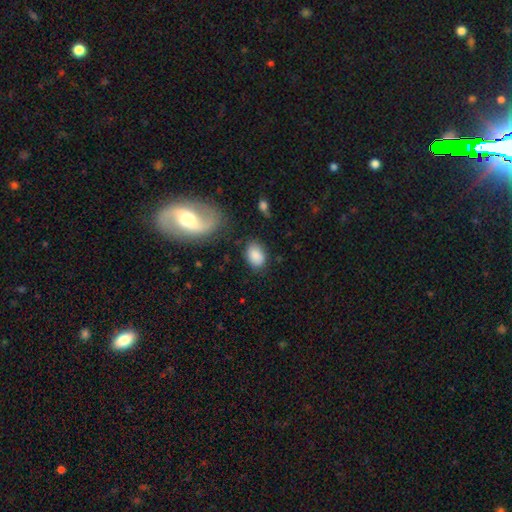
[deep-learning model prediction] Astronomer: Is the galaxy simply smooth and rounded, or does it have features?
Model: smooth — 85%.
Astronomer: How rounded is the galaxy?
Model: in between — 83%.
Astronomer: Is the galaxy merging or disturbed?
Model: none — 77%.